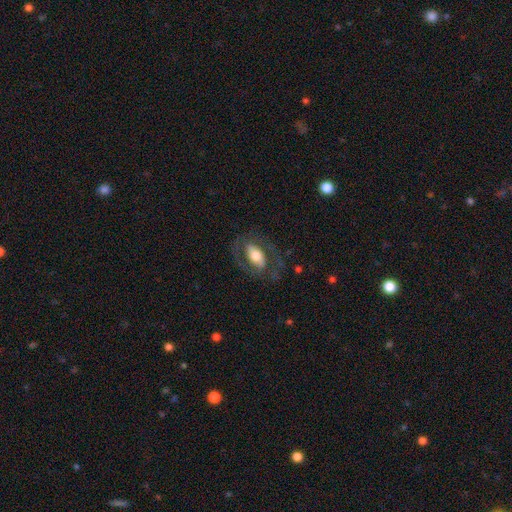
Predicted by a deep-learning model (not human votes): This is possibly a featured or disk galaxy (56%). It is clearly not viewed edge-on (91%). Bar: marginally no (40%). Spiral arm pattern: possibly yes (58%). Central bulge: possibly moderate (54%). Merging: likely none (67%).